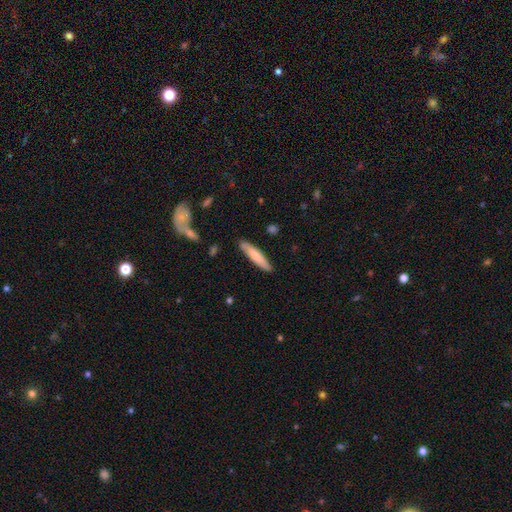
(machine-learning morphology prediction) This is likely a smooth galaxy (74%). How rounded: clearly cigar-shaped (86%). Merging: clearly none (87%).